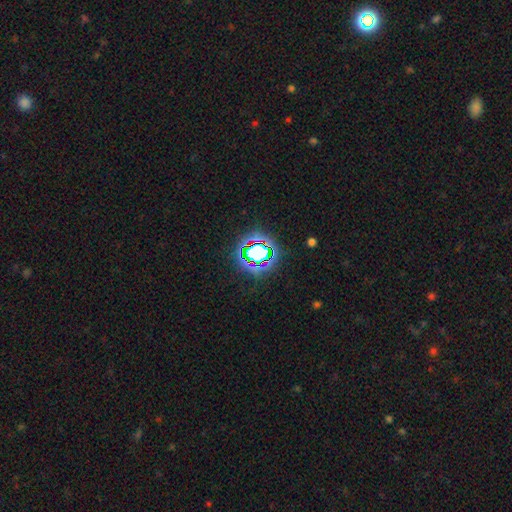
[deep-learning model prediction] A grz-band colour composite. It shows a star or artifact, not a galaxy (62%).